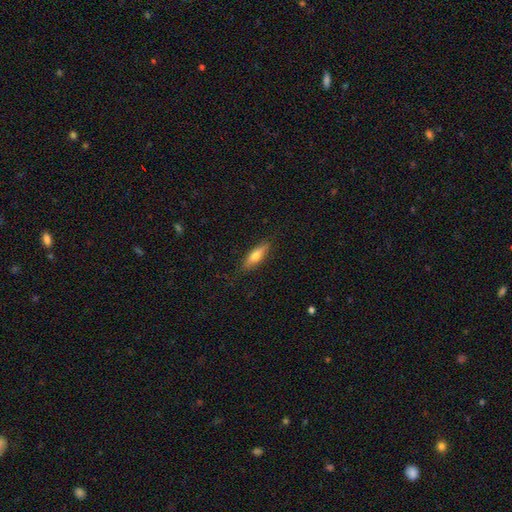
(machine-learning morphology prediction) Smooth or featured? Predicted: smooth (p=0.64). How rounded? Predicted: cigar-shaped (p=0.55). Merging? Predicted: none (p=0.82).